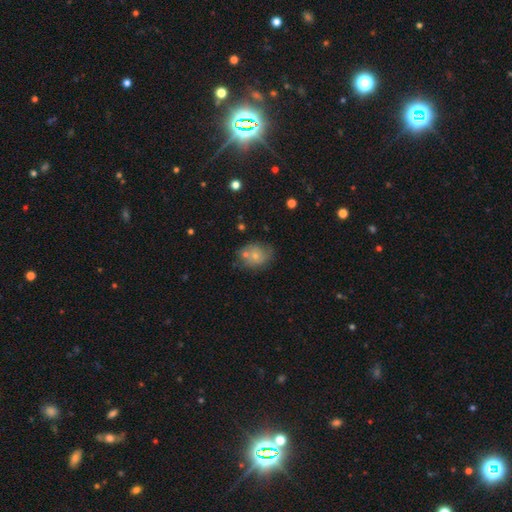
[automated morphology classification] Smooth or featured? Predicted: smooth (p=0.57). How rounded? Predicted: round (p=0.57). Merging? Predicted: none (p=0.53).